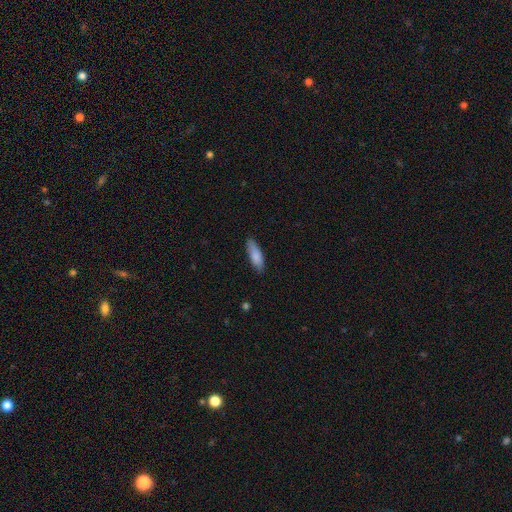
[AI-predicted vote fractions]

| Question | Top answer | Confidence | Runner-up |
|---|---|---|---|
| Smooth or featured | smooth | 85% | featured or disk (9%) |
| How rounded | in between | 55% | cigar-shaped (43%) |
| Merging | none | 82% | minor disturbance (15%) |